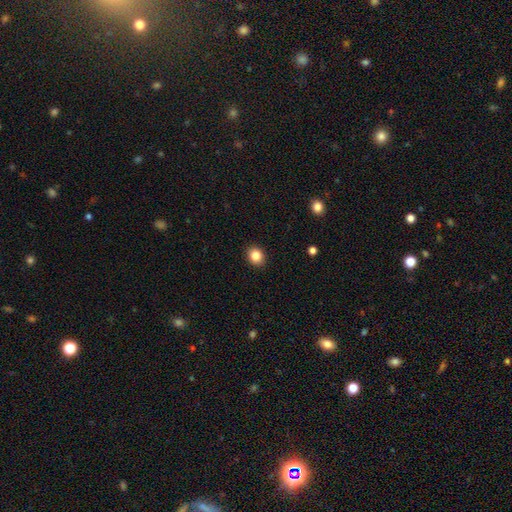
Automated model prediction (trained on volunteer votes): A smooth galaxy with no disk features (85%) that is round (63%).

Vote fractions:
- Smooth or featured? smooth: 85% / star or artifact: 10% / featured or disk: 5%
- How rounded? round: 63% / in between: 36% / cigar-shaped: 1%
- Merging? none: 91% / minor disturbance: 6% / major disturbance: 2% / merger: 1%